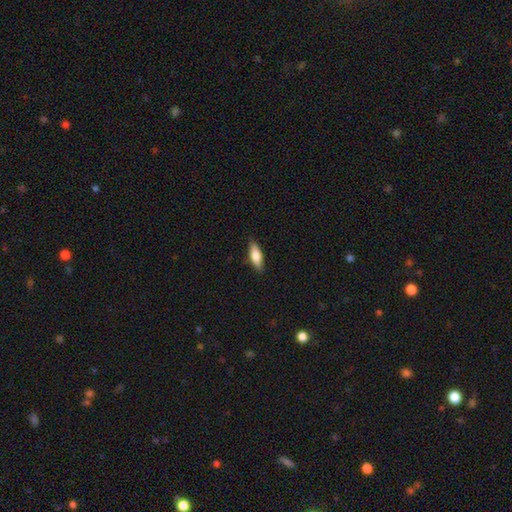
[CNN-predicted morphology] smooth-or-featured: smooth: 78% | featured or disk: 16% | star or artifact: 6%
  how-rounded: in between: 64% | cigar-shaped: 34% | round: 2%
  merging: none: 85% | minor disturbance: 12% | major disturbance: 2% | merger: 1%